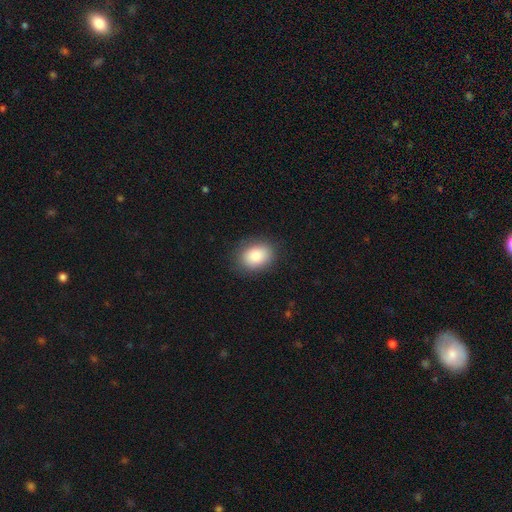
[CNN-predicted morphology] Smooth or featured? Predicted: smooth (p=0.84). How rounded? Predicted: in between (p=0.63). Merging? Predicted: none (p=0.86).